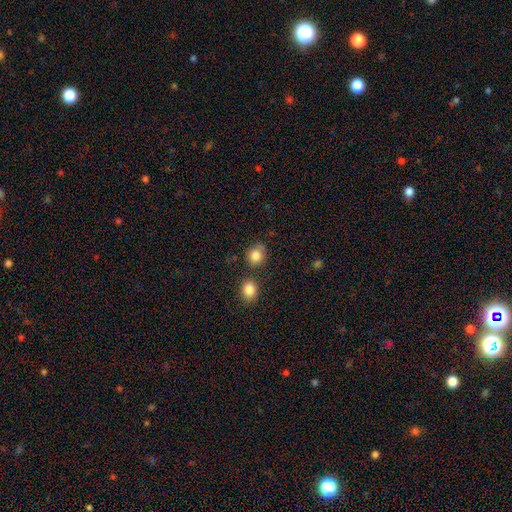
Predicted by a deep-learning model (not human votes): smooth-or-featured: smooth: 85% | star or artifact: 9% | featured or disk: 6%
  how-rounded: round: 76% | in between: 23% | cigar-shaped: 1%
  merging: none: 68% | minor disturbance: 16% | merger: 12% | major disturbance: 4%